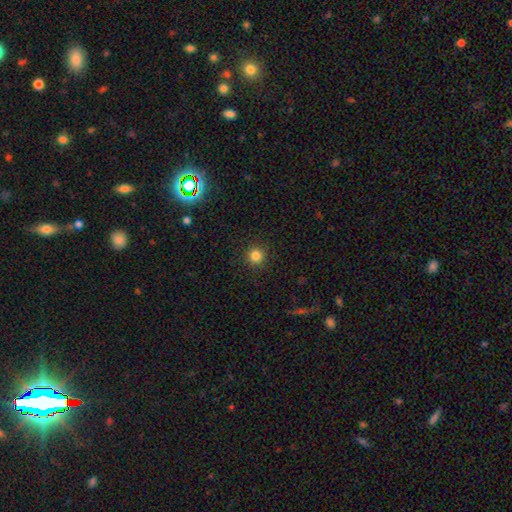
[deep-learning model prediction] Overall: smooth (83%). How rounded: round (95%). Merging: none (92%).